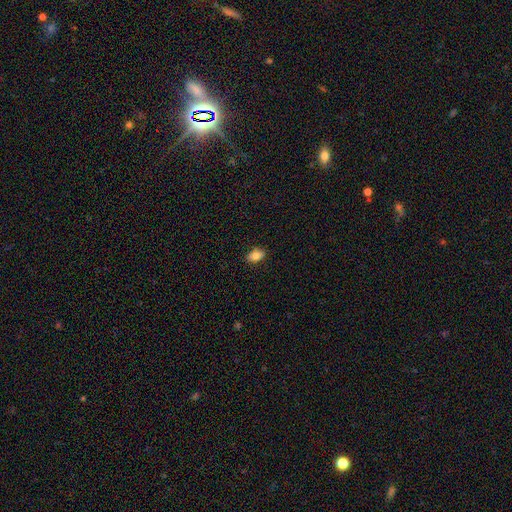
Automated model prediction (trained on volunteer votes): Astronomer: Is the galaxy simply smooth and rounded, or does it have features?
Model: smooth — 81%.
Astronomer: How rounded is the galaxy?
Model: in between — 85%.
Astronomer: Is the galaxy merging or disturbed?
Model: none — 86%.